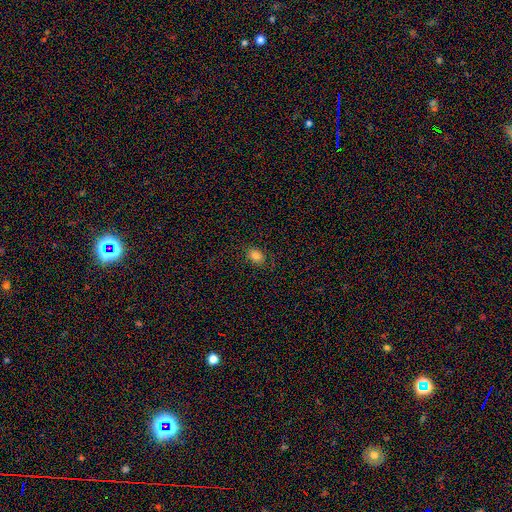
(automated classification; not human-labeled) A smooth galaxy with no disk features (82%) that is in between round and cigar-shaped (72%).

Vote fractions:
- Smooth or featured? smooth: 82% / star or artifact: 12% / featured or disk: 6%
- How rounded? in between: 72% / round: 26% / cigar-shaped: 1%
- Merging? none: 85% / minor disturbance: 11% / major disturbance: 3% / merger: 1%